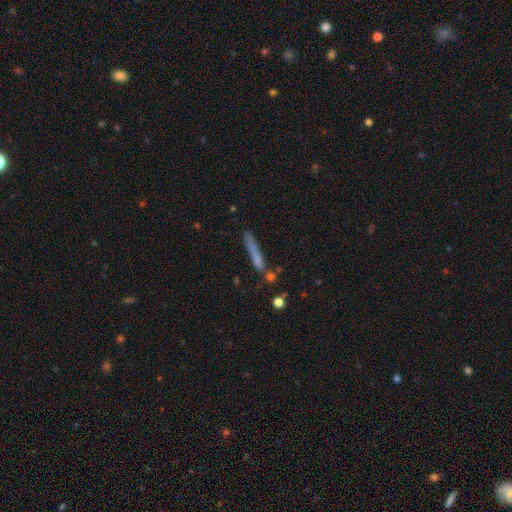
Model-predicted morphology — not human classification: This appears to be a smooth galaxy with no disk features (62%) that is cigar-shaped (93%). Merging: none (64%).